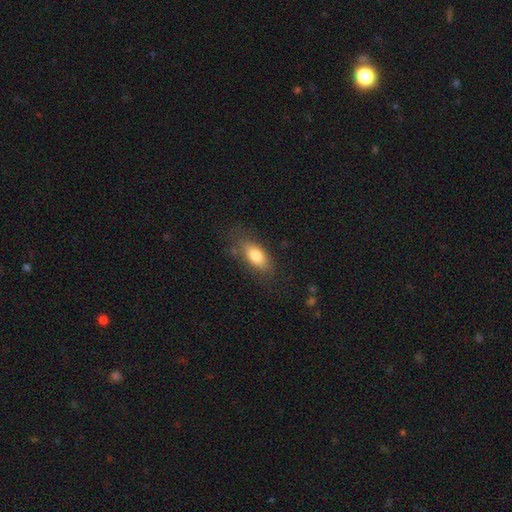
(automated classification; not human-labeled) A smooth galaxy with no disk features (79%) that is in between round and cigar-shaped (83%). Merging: none (73%).